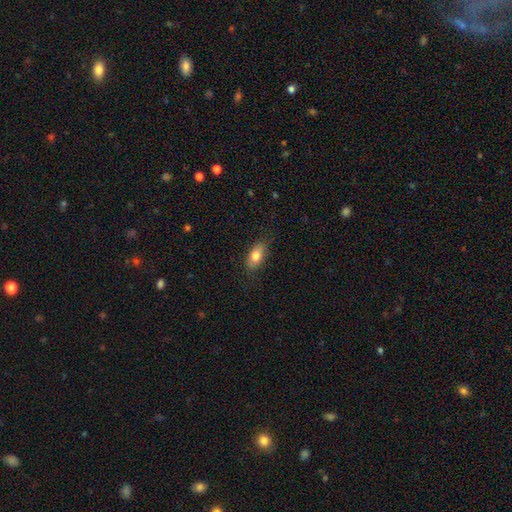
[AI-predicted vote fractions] Q: Smooth or featured?
A: smooth (79%); runner-up: featured or disk (14%)
Q: How rounded?
A: in between (86%); runner-up: cigar-shaped (9%)
Q: Merging?
A: none (82%); runner-up: minor disturbance (14%)